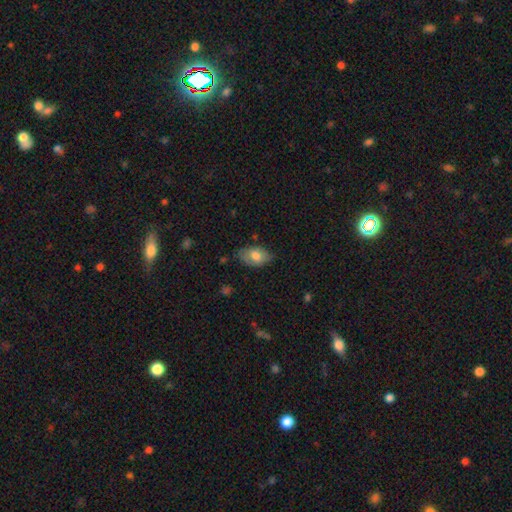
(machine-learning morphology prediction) Smooth or featured? smooth (73%)
How rounded? in between (92%)
Merging? none (68%)